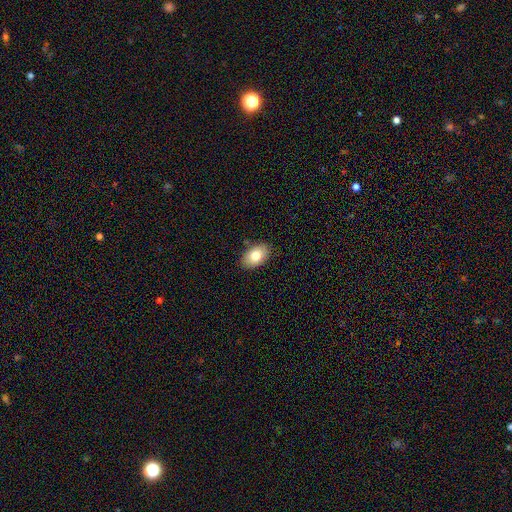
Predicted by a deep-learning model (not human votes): smooth-or-featured: smooth: 78% | featured or disk: 14% | star or artifact: 7%
  how-rounded: in between: 90% | round: 9% | cigar-shaped: 1%
  merging: none: 86% | minor disturbance: 11% | major disturbance: 2% | merger: 2%